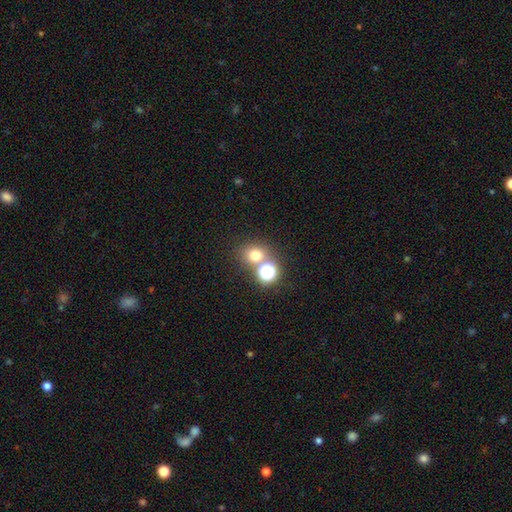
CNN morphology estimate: smooth_or_featured: smooth (p=0.70) [alt: star or artifact p=0.22]
how_rounded: round (p=0.80) [alt: in between p=0.19]
merging: none (p=0.65) [alt: merger p=0.25]